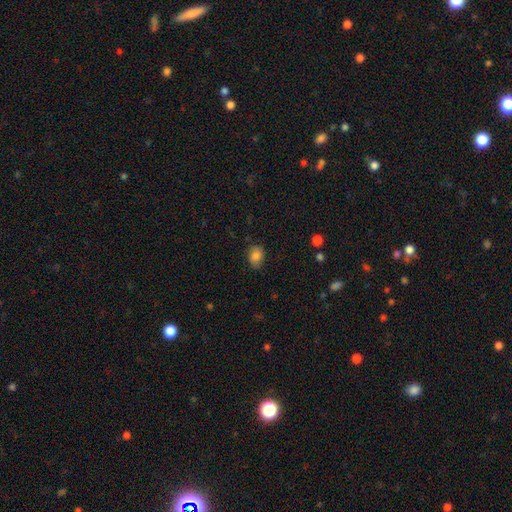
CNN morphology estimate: type=smooth (84%); roundness=in between (70%); merging=none (78%).